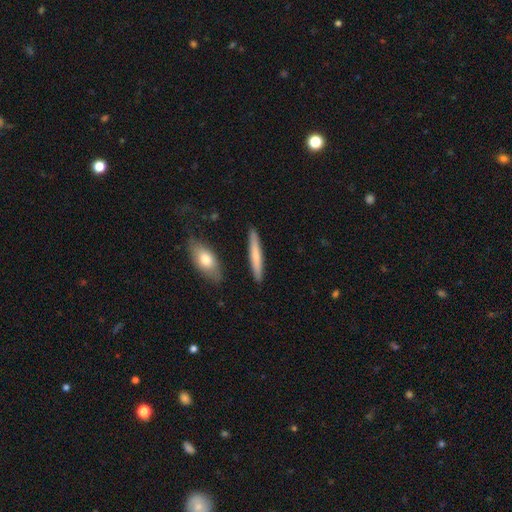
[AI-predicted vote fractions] Smooth or featured: smooth — 64% (featured or disk — 30%)
How rounded: cigar-shaped — 91% (in between — 7%)
Merging: none — 89% (minor disturbance — 7%)